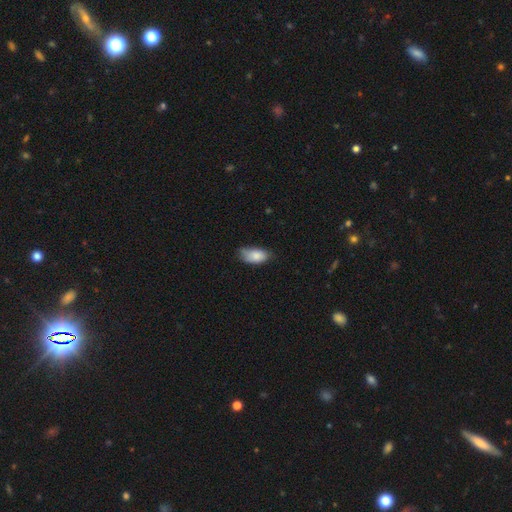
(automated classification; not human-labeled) Overall: smooth (84%). How rounded: in between (93%). Merging: none (52%; minor disturbance 38%).